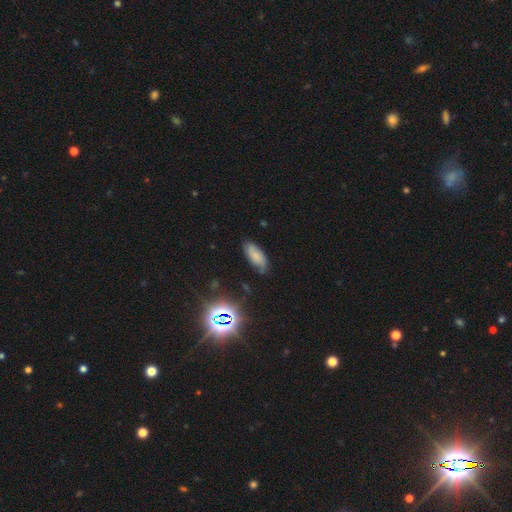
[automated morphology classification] The model was most divided on "smooth or featured": smooth: 56%, featured or disk: 30%, star or artifact: 14%. More confident: how rounded — in between (82%); merging — none (72%).